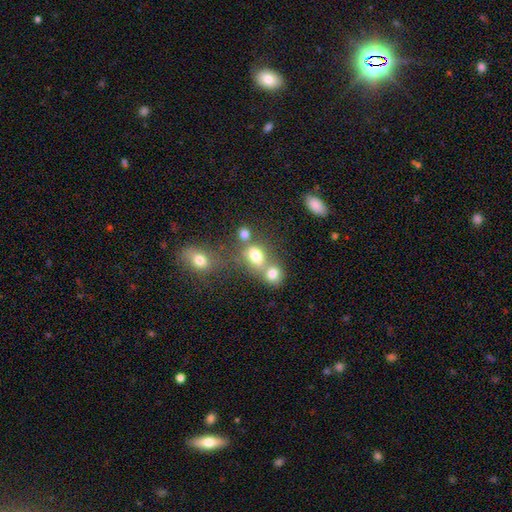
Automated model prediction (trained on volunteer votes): smooth-or-featured: smooth: 48% | star or artifact: 37% | featured or disk: 15%
  merging: none: 49% | merger: 39% | minor disturbance: 8% | major disturbance: 5%